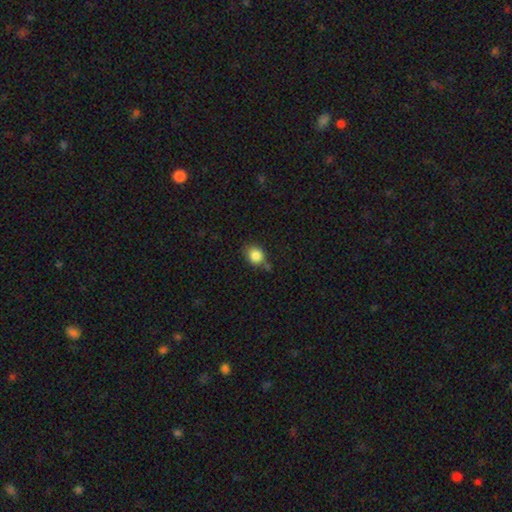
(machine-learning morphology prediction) A smooth galaxy with no disk features (85%) that is round (75%). Merging: none (65%).